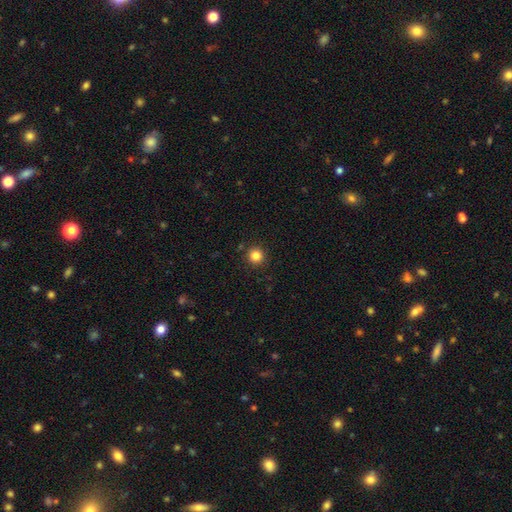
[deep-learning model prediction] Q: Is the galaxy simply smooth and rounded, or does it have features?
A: smooth — 84%.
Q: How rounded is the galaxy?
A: round — 95%.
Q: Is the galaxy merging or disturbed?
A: none — 91%.